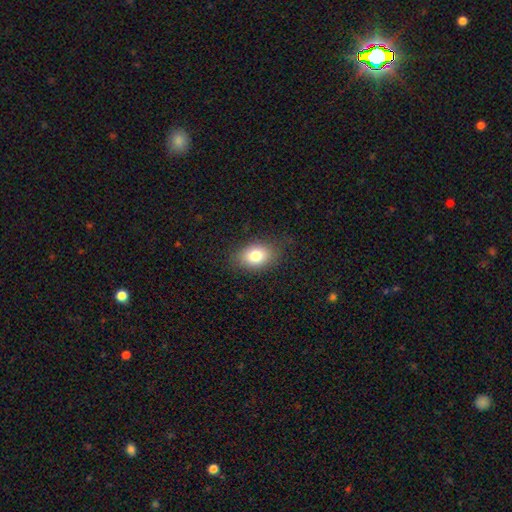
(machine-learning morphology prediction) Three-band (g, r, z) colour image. It shows a smooth galaxy with no disk features (80%) that is in between round and cigar-shaped (79%). Merging: none (82%).